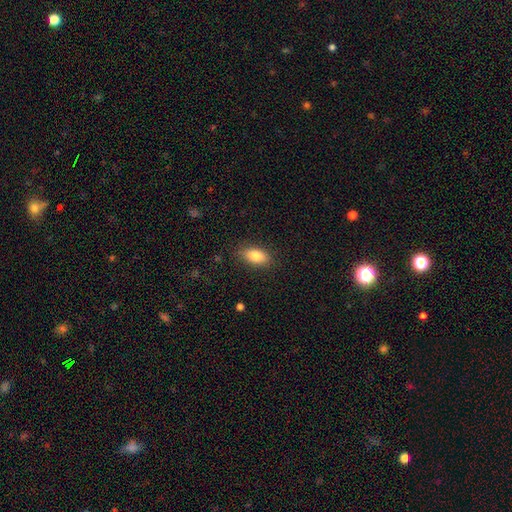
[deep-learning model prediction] Q: Smooth or featured?
A: smooth (84%); runner-up: featured or disk (8%)
Q: How rounded?
A: in between (88%); runner-up: cigar-shaped (6%)
Q: Merging?
A: none (86%); runner-up: minor disturbance (10%)